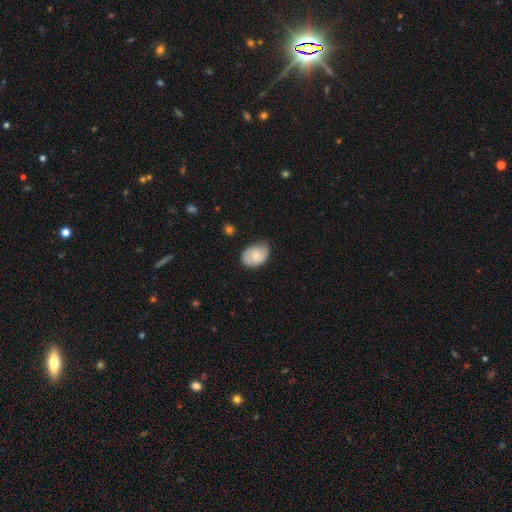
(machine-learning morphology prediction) This is likely a smooth galaxy (62%). How rounded: likely in between (75%). Merging: likely none (61%).